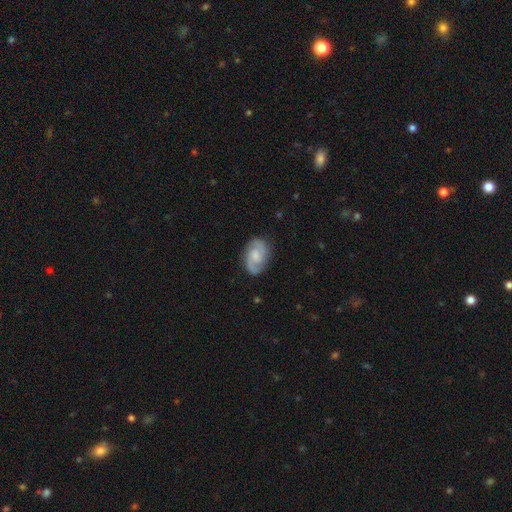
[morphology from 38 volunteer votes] This is likely a featured or disk galaxy (76%). It is clearly not viewed edge-on (100%). Bar: likely weak (76%). Spiral arm pattern: clearly yes (100%). Spiral arm count: clearly 2 (100%). Spiral winding: possibly medium (55%). Central bulge: marginally small (34%). Merging: clearly none (94%).